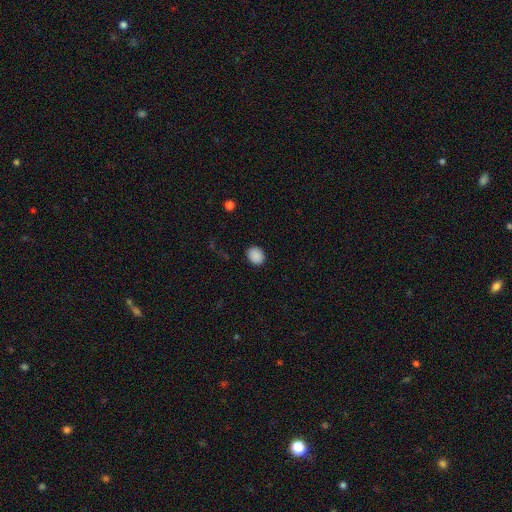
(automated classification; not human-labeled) smooth 89%, star or artifact 9%, featured or disk 2%. Down the decision tree: how rounded — round (63%); merging — none (89%).